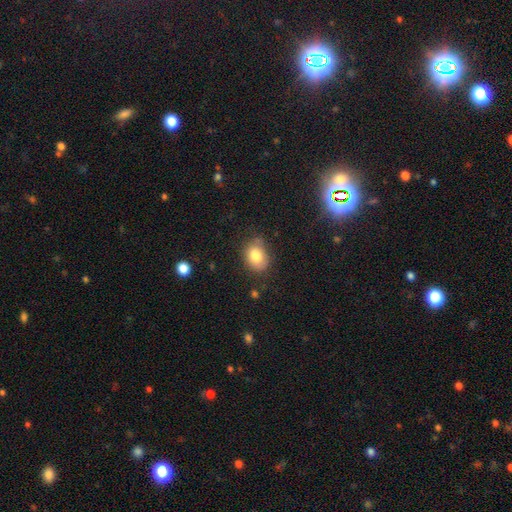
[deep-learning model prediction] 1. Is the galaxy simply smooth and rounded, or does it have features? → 80% smooth, 11% featured or disk, 9% star or artifact.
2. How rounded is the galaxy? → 62% in between, 37% round, 1% cigar-shaped.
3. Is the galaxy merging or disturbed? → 67% none, 25% minor disturbance, 6% major disturbance, 3% merger.